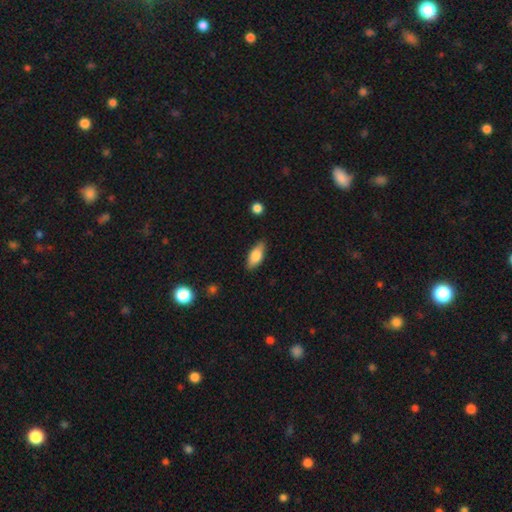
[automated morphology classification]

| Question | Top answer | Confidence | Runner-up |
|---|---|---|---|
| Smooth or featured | smooth | 76% | featured or disk (17%) |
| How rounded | in between | 81% | cigar-shaped (16%) |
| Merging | none | 84% | minor disturbance (13%) |